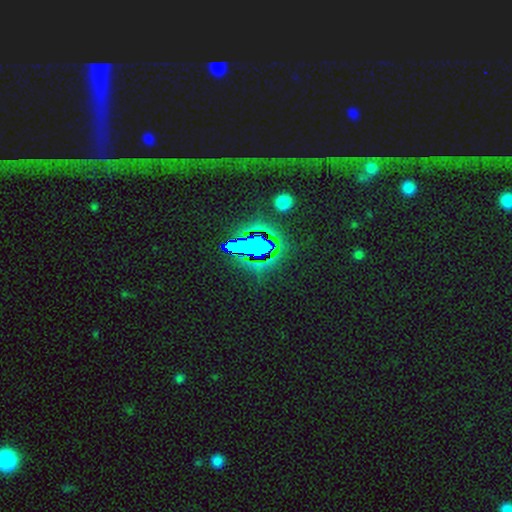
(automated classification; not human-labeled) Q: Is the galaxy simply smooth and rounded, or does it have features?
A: star or artifact — 73%.